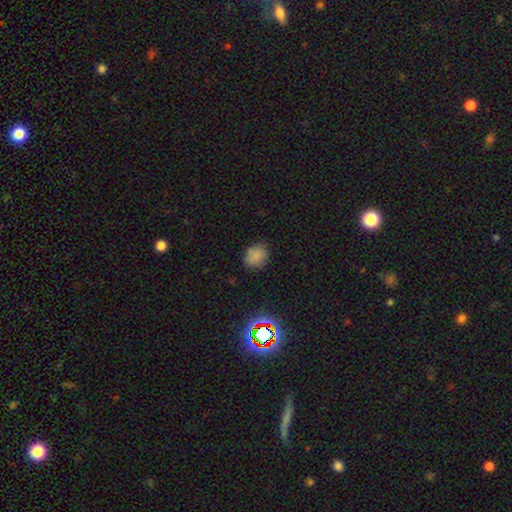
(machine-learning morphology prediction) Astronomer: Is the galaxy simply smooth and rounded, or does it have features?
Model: smooth — 78%.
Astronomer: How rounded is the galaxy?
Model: round — 55% (runner-up: in between, 44%).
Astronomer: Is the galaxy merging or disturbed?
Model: none — 79%.